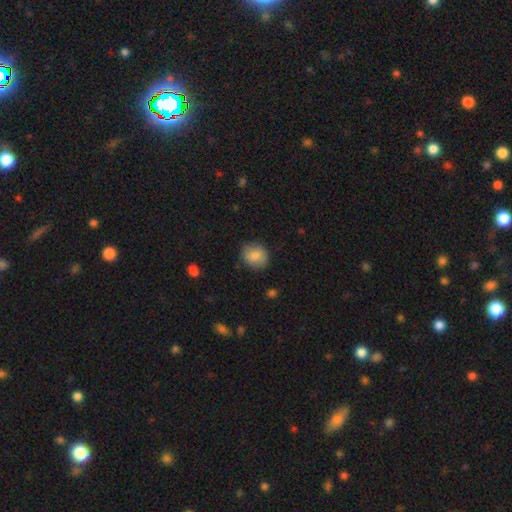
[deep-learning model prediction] The model was most divided on "how rounded": round: 69%, in between: 30%, cigar-shaped: 1%. More confident: smooth or featured — smooth (84%); merging — none (80%).